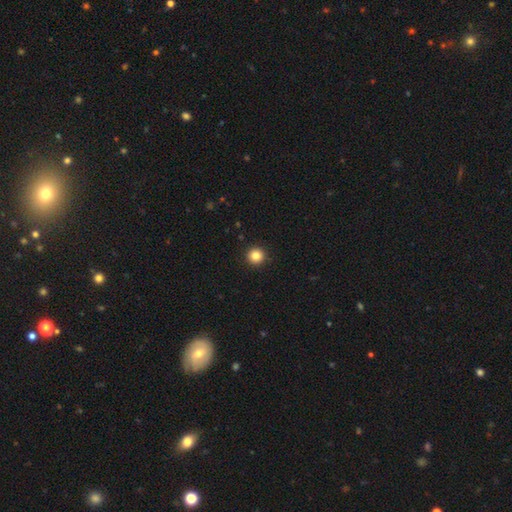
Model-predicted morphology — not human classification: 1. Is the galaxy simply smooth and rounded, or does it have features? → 84% smooth, 11% star or artifact, 5% featured or disk.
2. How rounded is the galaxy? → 96% round, 3% in between, 1% cigar-shaped.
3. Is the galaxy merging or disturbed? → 94% none, 4% minor disturbance, 1% major disturbance, 1% merger.